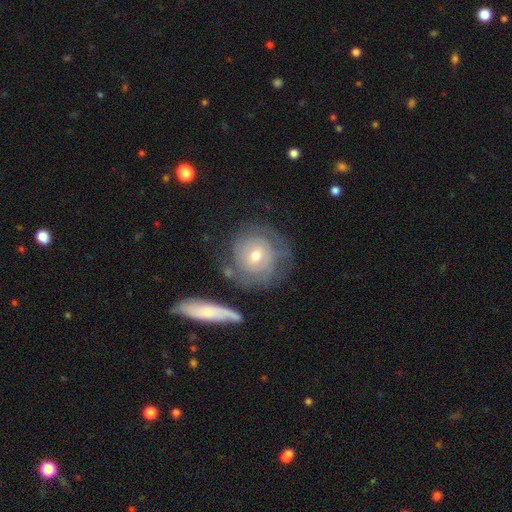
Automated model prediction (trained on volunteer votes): A featured or disk galaxy (63%) with no bar (73%), spiral arms (79%) and a small central bulge (50%).

Vote fractions:
- Smooth or featured? featured or disk: 63% / smooth: 29% / star or artifact: 7%
- Edge-on disk? no: 94% / yes: 6%
- Bar? no: 73% / weak: 22% / strong: 5%
- Spiral arms? yes: 79% / no: 21%
- Bulge size? small: 50% / moderate: 46% / large: 2% / none: 1% / dominant: 1%
- Merging? none: 62% / minor disturbance: 18% / major disturbance: 11% / merger: 10%